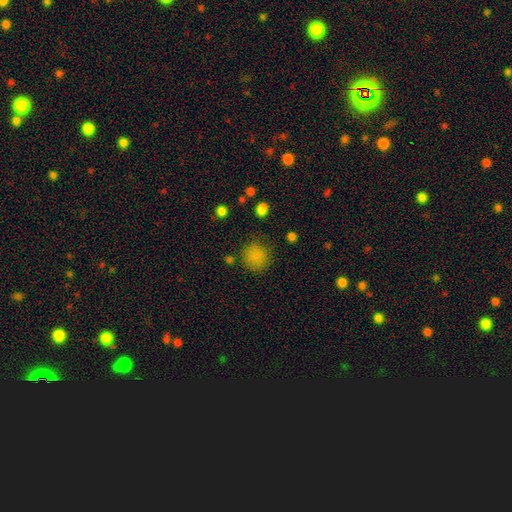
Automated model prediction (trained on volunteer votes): Smooth or featured: smooth — 83% (star or artifact — 12%)
How rounded: round — 89% (in between — 10%)
Merging: none — 82% (minor disturbance — 11%)